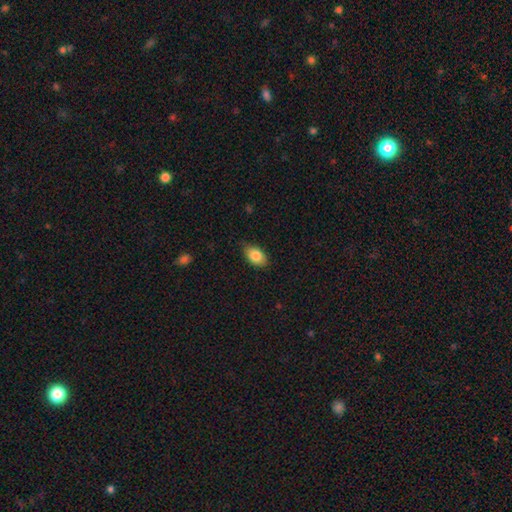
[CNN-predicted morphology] A smooth galaxy with no disk features (85%) that is in between round and cigar-shaped (90%).

Vote fractions:
- Smooth or featured? smooth: 85% / featured or disk: 8% / star or artifact: 7%
- How rounded? in between: 90% / round: 9% / cigar-shaped: 2%
- Merging? none: 79% / minor disturbance: 17% / major disturbance: 3% / merger: 1%